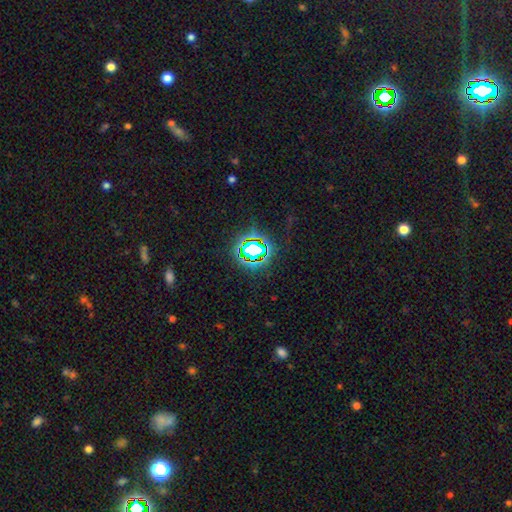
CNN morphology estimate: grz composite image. It shows a star or artifact, not a galaxy (79%).